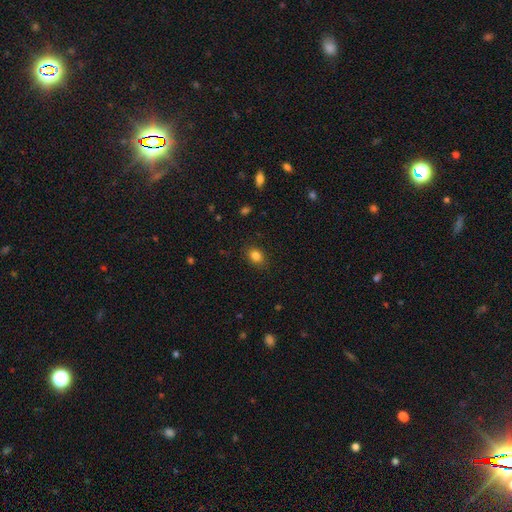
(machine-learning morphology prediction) Smooth or featured: smooth — 83% (star or artifact — 11%)
How rounded: in between — 61% (round — 38%)
Merging: none — 86% (minor disturbance — 11%)